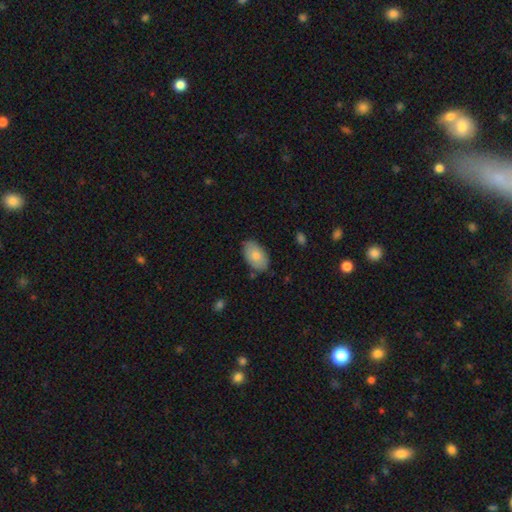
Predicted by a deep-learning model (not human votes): A smooth galaxy with no disk features (79%) that is in between round and cigar-shaped (94%). Merging: none (80%).